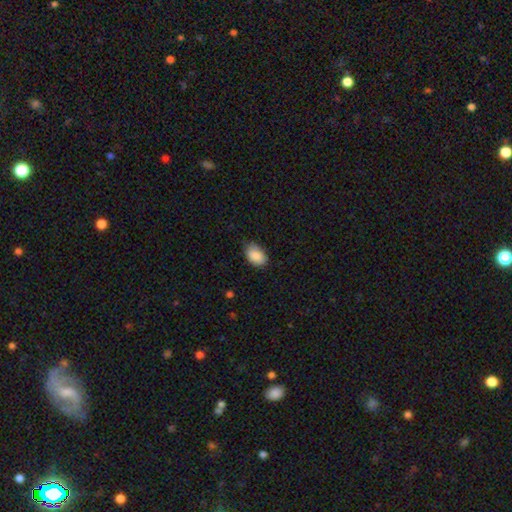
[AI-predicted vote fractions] A smooth galaxy with no disk features (87%) that is in between round and cigar-shaped (87%). Merging: none (75%).